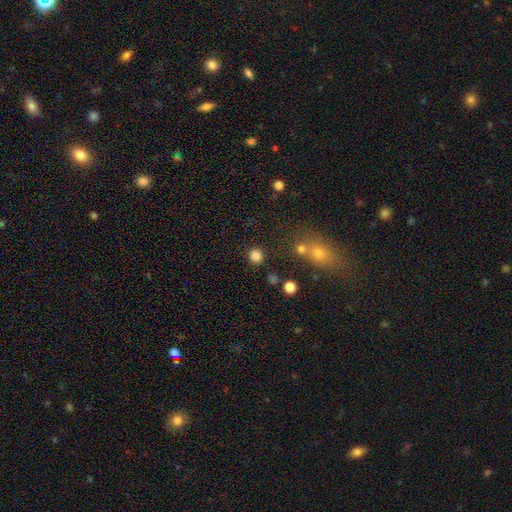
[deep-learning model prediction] Q: Smooth or featured?
A: smooth (83%); runner-up: star or artifact (14%)
Q: How rounded?
A: round (90%); runner-up: in between (9%)
Q: Merging?
A: none (84%); runner-up: minor disturbance (7%)